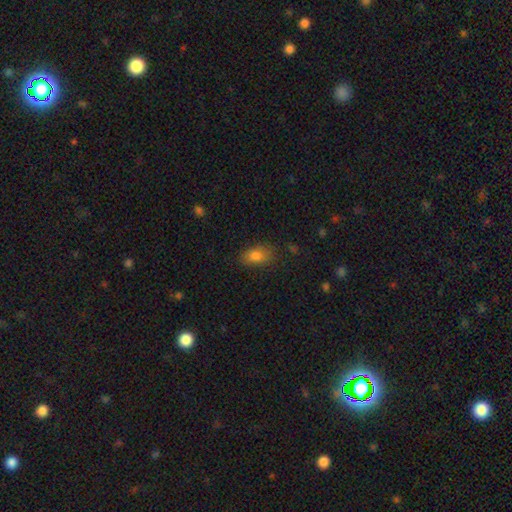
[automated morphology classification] Smooth or featured?
  - smooth: 81% *
  - star or artifact: 10%
  - featured or disk: 9%
How rounded?
  - in between: 85% *
  - round: 12%
  - cigar-shaped: 3%
Merging?
  - none: 73% *
  - minor disturbance: 19%
  - major disturbance: 6%
  - merger: 2%